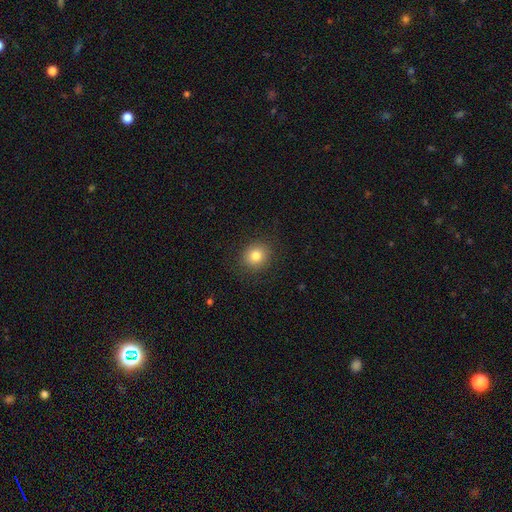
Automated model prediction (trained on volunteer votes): A smooth galaxy with no disk features (82%) that is round (80%). Merging: none (89%).